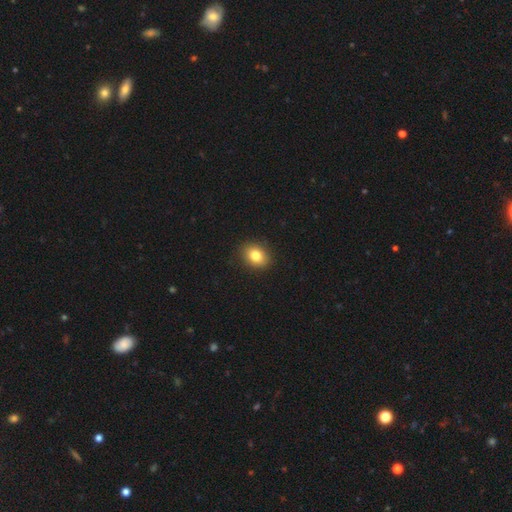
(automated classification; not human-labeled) Morphology: type=smooth (82%); roundness=in between (56%); merging=none (90%).